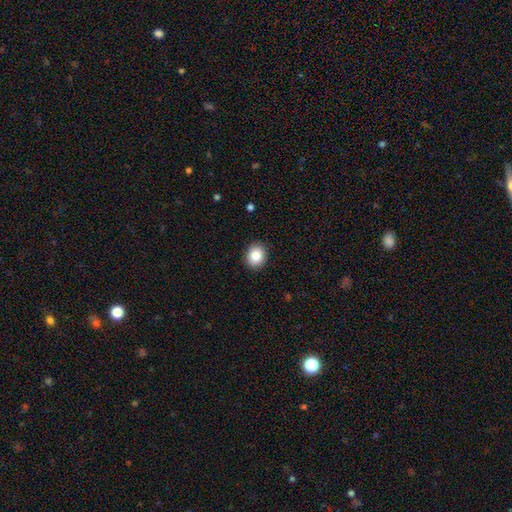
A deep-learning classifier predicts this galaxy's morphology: Smooth or featured: smooth — 85% (star or artifact — 9%)
How rounded: round — 68% (in between — 31%)
Merging: none — 91% (minor disturbance — 6%)